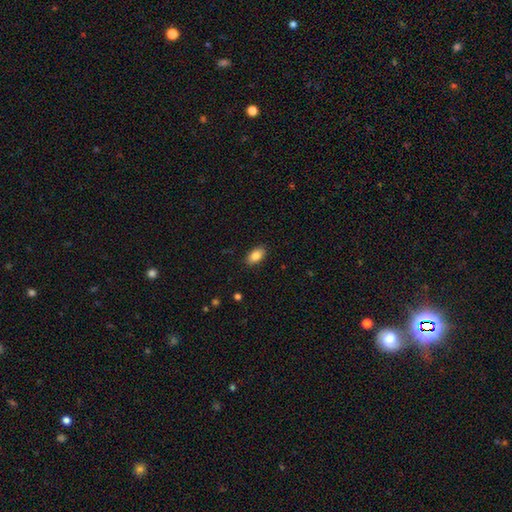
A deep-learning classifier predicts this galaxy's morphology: Smooth or featured? smooth (86%)
How rounded? in between (92%)
Merging? none (88%)